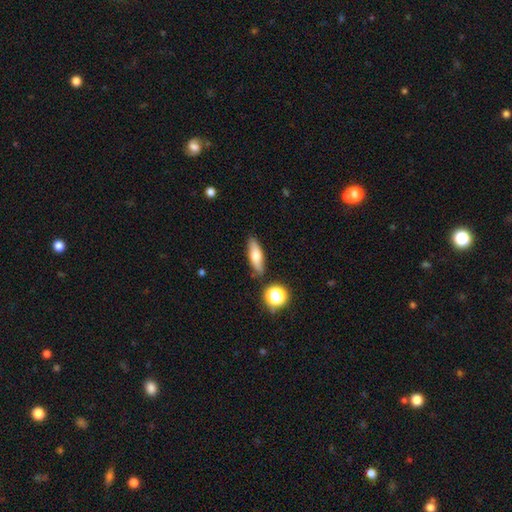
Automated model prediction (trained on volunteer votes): Q: Smooth or featured?
A: smooth (65%); runner-up: featured or disk (27%)
Q: How rounded?
A: in between (50%); runner-up: cigar-shaped (46%)
Q: Merging?
A: none (83%); runner-up: minor disturbance (11%)